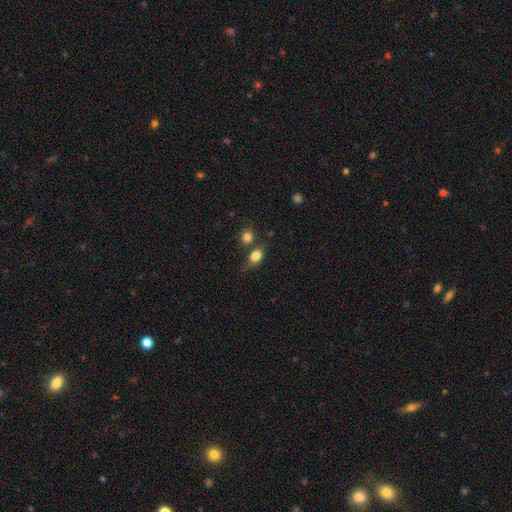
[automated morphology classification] A smooth galaxy with no disk features (80%) that is in between round and cigar-shaped (57%). Merging: none (49%).